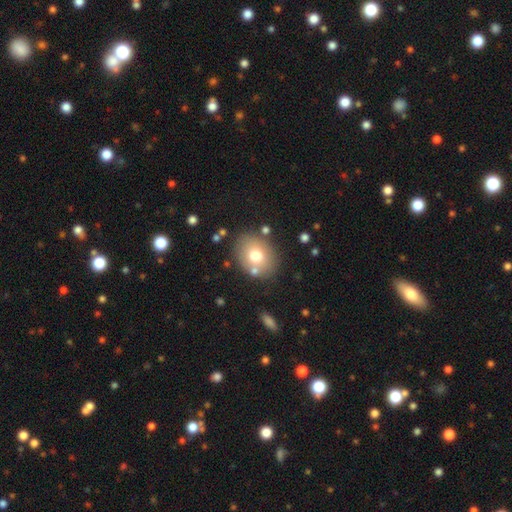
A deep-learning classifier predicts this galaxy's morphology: smooth-or-featured: smooth: 71% | featured or disk: 19% | star or artifact: 10%
  how-rounded: round: 55% | in between: 44% | cigar-shaped: 1%
  merging: none: 79% | minor disturbance: 11% | merger: 6% | major disturbance: 4%